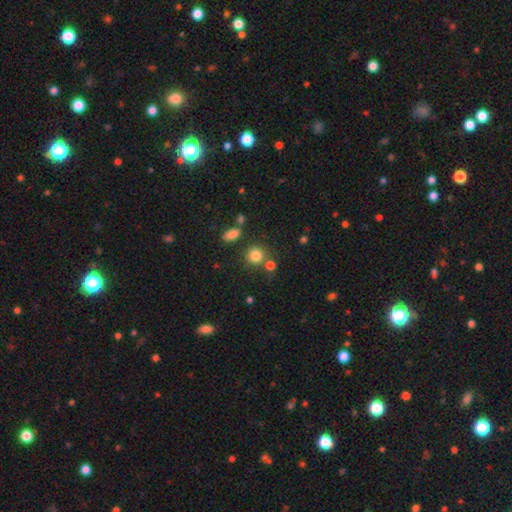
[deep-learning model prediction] Q: Smooth or featured?
A: smooth (81%); runner-up: star or artifact (13%)
Q: How rounded?
A: round (86%); runner-up: in between (12%)
Q: Merging?
A: none (71%); runner-up: merger (15%)